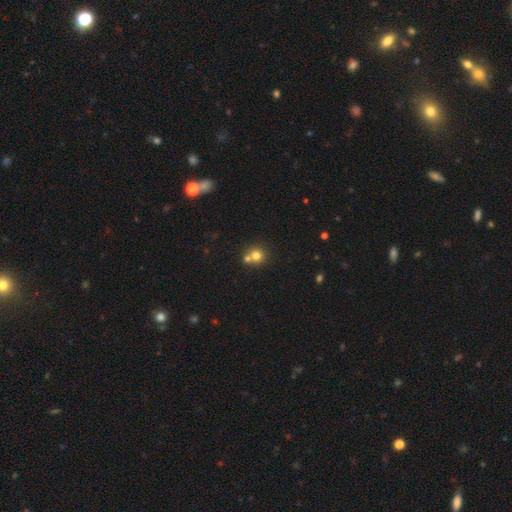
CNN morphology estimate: type=smooth (75%); roundness=round (89%); merging=none (53%).